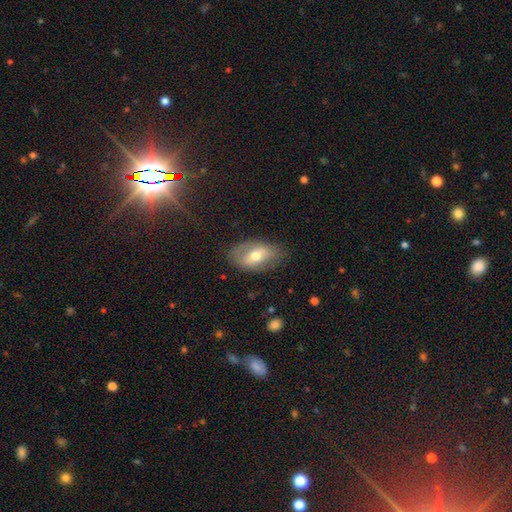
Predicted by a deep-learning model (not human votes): Smooth or featured? Predicted: featured or disk (p=0.46). Merging? Predicted: none (p=0.72).